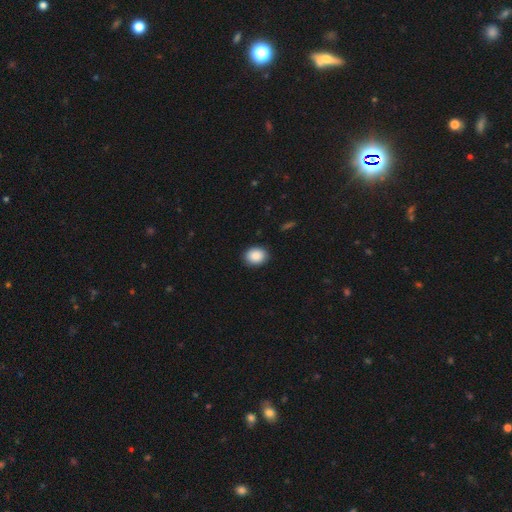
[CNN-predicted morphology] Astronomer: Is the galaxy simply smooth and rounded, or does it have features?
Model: smooth — 89%.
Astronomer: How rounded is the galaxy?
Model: in between — 60% (runner-up: round, 39%).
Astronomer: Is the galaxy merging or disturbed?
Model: none — 89%.